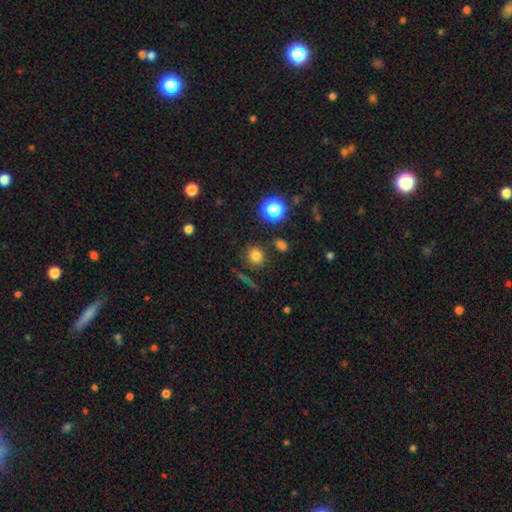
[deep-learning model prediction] This appears to be a smooth galaxy with no disk features (78%) that is round (85%). Merging: none (83%).